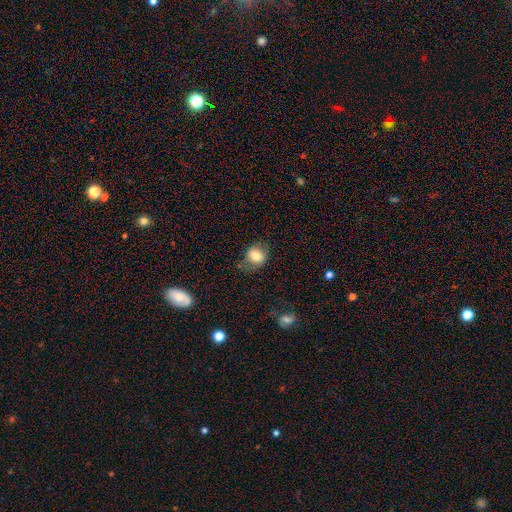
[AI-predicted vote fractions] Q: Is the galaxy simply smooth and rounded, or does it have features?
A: smooth — 76%.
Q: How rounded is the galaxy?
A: round — 61%.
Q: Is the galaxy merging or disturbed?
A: none — 66%.